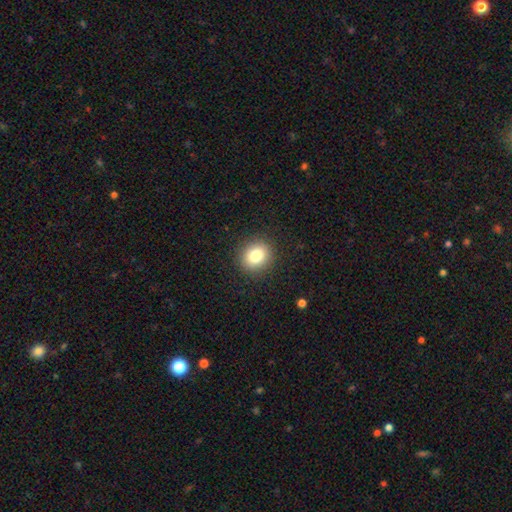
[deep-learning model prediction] A smooth galaxy with no disk features (82%) that is round (75%).

Vote fractions:
- Smooth or featured? smooth: 82% / star or artifact: 11% / featured or disk: 7%
- How rounded? round: 75% / in between: 24% / cigar-shaped: 1%
- Merging? none: 90% / minor disturbance: 7% / major disturbance: 2% / merger: 1%